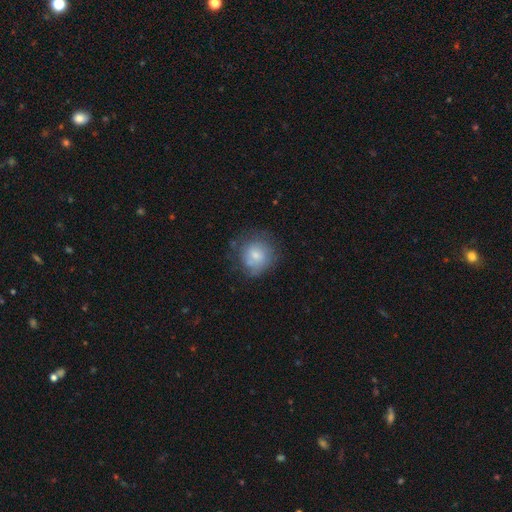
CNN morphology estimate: A smooth galaxy with no disk features (72%) that is round (84%). Merging: none (62%).